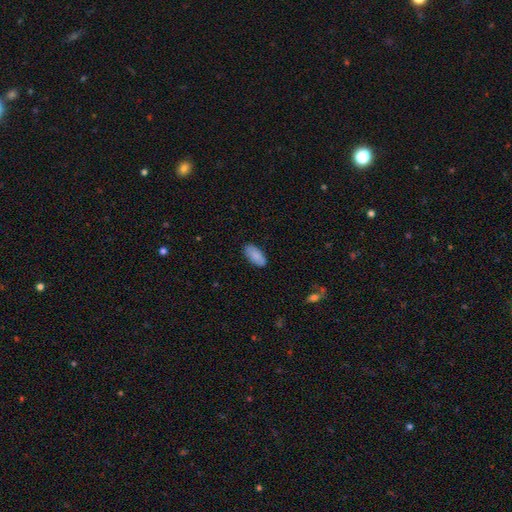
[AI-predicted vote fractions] Q: Smooth or featured?
A: smooth (88%); runner-up: star or artifact (6%)
Q: How rounded?
A: in between (89%); runner-up: cigar-shaped (10%)
Q: Merging?
A: none (85%); runner-up: minor disturbance (11%)